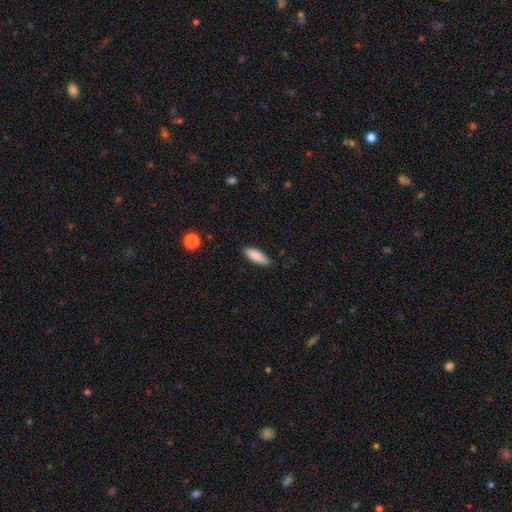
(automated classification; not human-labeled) smooth-or-featured: smooth: 84% | featured or disk: 9% | star or artifact: 7%
  how-rounded: in between: 65% | cigar-shaped: 33% | round: 2%
  merging: none: 81% | minor disturbance: 15% | major disturbance: 2% | merger: 1%